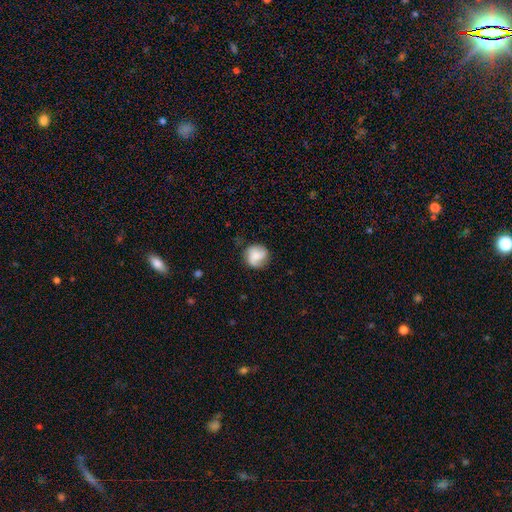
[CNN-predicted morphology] The model was most divided on "smooth or featured": smooth: 60%, featured or disk: 32%, star or artifact: 8%. More confident: how rounded — round (84%); merging — none (71%).